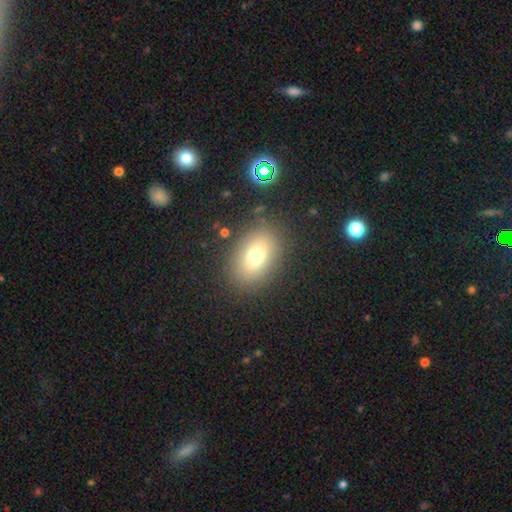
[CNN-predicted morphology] The model was most divided on "how rounded": in between: 70%, round: 28%, cigar-shaped: 2%. More confident: merging — none (84%); smooth or featured — smooth (72%).